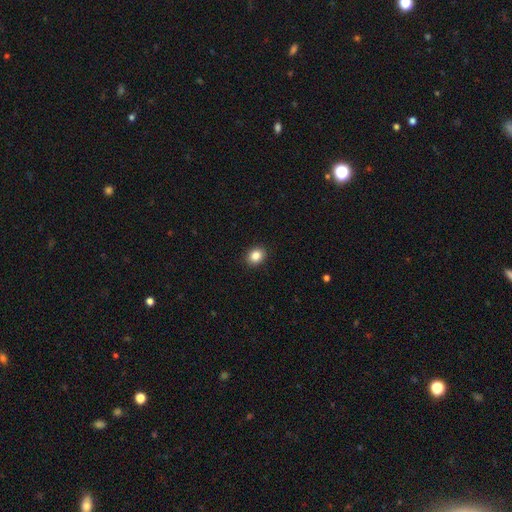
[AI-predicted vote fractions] The model was most divided on "how rounded": round: 54%, in between: 45%, cigar-shaped: 1%. More confident: merging — none (91%); smooth or featured — smooth (86%).